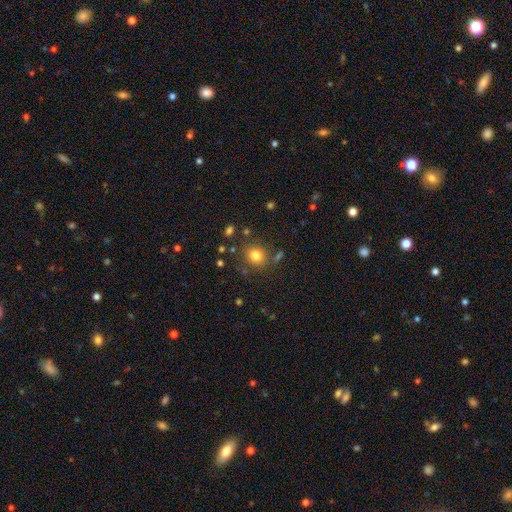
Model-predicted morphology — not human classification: This appears to be a smooth galaxy with no disk features (79%) that is round (75%). Merging: none (80%).